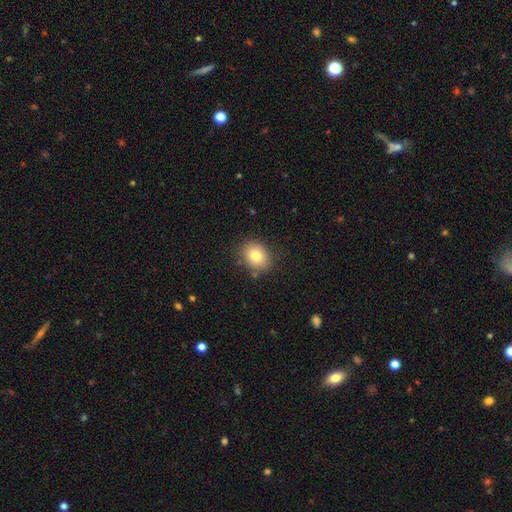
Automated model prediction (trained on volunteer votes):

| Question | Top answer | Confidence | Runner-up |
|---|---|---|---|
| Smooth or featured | smooth | 80% | star or artifact (10%) |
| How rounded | round | 59% | in between (41%) |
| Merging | none | 84% | minor disturbance (11%) |